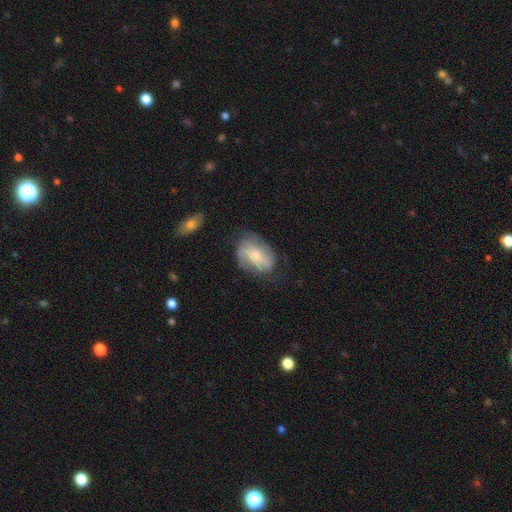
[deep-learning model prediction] Overall: featured or disk (53%; smooth 40%). Edge-on disk: no (95%). Bar: no (44%; weak 42%). Spiral arms: yes (79%). Bulge size: small (43%, tied with moderate). Merging: none (61%; minor disturbance 25%).